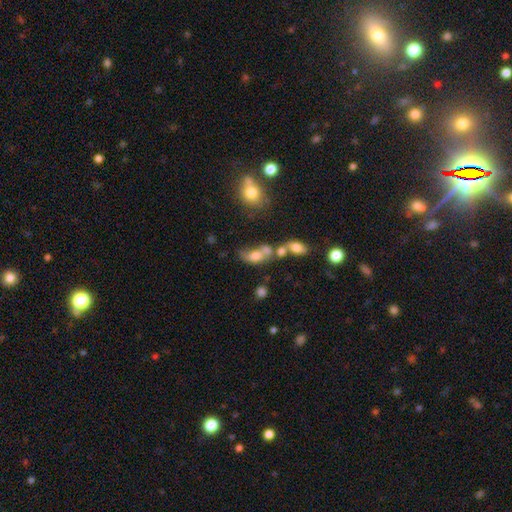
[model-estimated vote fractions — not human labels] smooth-or-featured: smooth: 64% | featured or disk: 22% | star or artifact: 13%
  how-rounded: in between: 77% | round: 17% | cigar-shaped: 6%
  merging: merger: 49% | none: 23% | minor disturbance: 14% | major disturbance: 14%